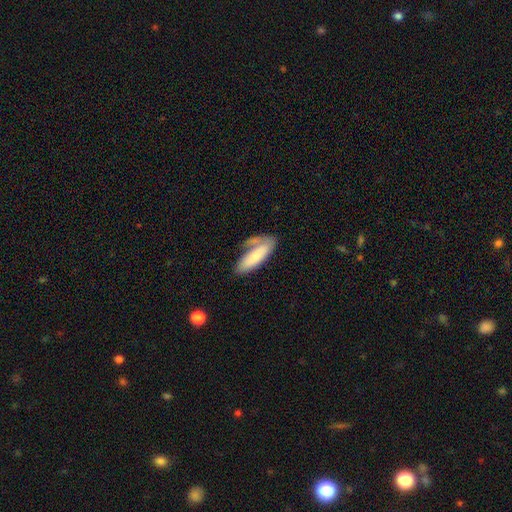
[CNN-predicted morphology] Smooth or featured: smooth — 73% (featured or disk — 21%)
How rounded: in between — 62% (cigar-shaped — 37%)
Merging: none — 42% (merger — 23%)